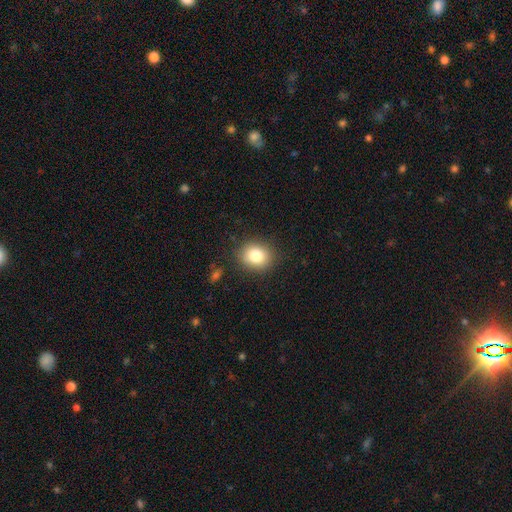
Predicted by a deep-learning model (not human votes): Overall: smooth (82%). How rounded: round (65%; in between 34%). Merging: none (86%).